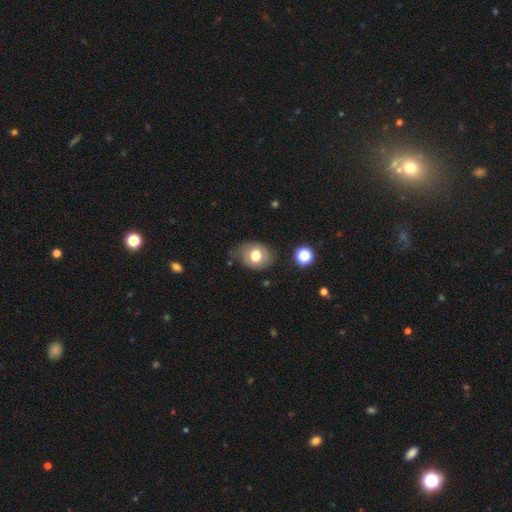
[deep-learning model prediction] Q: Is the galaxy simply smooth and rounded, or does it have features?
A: smooth — 69%.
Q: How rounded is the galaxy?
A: in between — 50%.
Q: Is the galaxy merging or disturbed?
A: none — 64%.